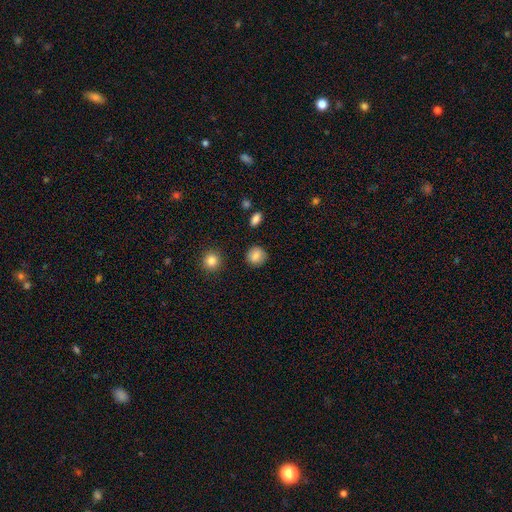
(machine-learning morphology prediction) smooth-or-featured: smooth: 84% | star or artifact: 9% | featured or disk: 7%
  how-rounded: round: 85% | in between: 14% | cigar-shaped: 1%
  merging: none: 87% | minor disturbance: 8% | major disturbance: 3% | merger: 2%